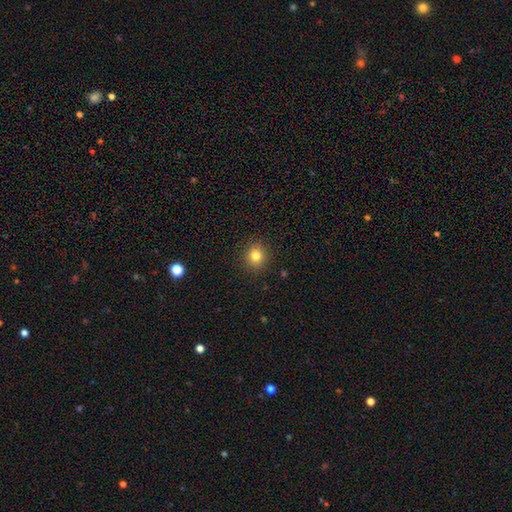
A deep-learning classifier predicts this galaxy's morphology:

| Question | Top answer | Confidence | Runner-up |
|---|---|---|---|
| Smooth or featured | smooth | 81% | star or artifact (12%) |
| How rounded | round | 84% | in between (15%) |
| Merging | none | 90% | minor disturbance (6%) |